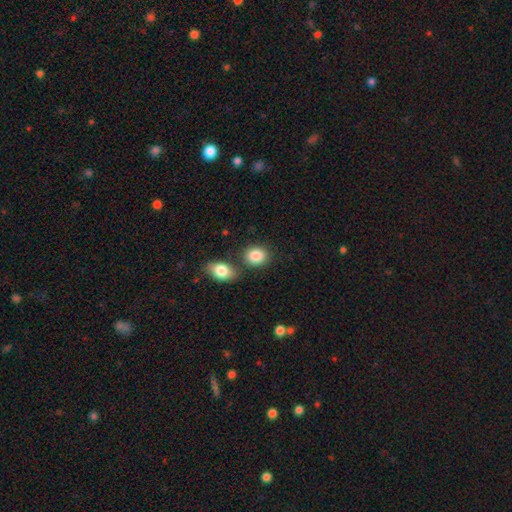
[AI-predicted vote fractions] The model was most divided on "how rounded": round: 50%, in between: 49%, cigar-shaped: 1%. More confident: smooth or featured — smooth (86%); merging — none (66%).